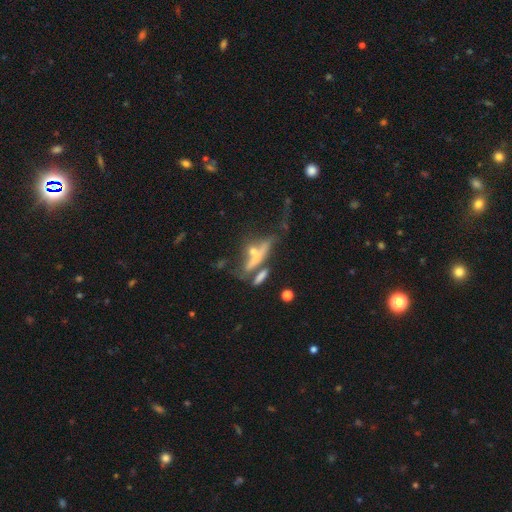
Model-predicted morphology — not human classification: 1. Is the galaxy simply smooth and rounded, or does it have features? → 46% featured or disk, 40% smooth, 14% star or artifact.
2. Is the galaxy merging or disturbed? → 39% merger, 32% none, 15% major disturbance, 14% minor disturbance.